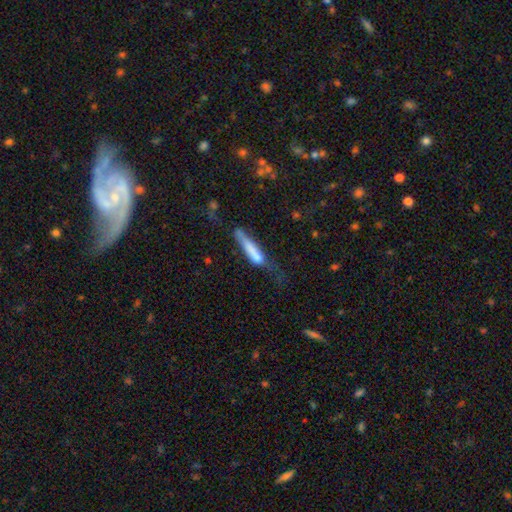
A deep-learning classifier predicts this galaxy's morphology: This is likely a smooth galaxy (67%). How rounded: clearly cigar-shaped (85%). Merging: marginally none (32%).